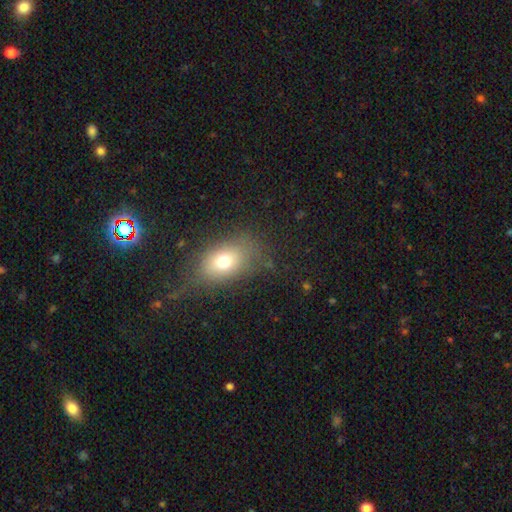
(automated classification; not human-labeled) This appears to be a smooth galaxy with no disk features (63%) that is in between round and cigar-shaped (73%). Merging: none (60%).